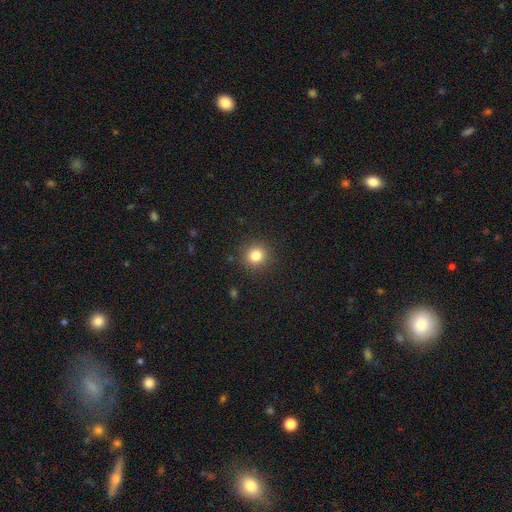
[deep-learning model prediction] This is clearly a smooth galaxy (82%). How rounded: clearly round (92%). Merging: clearly none (90%).